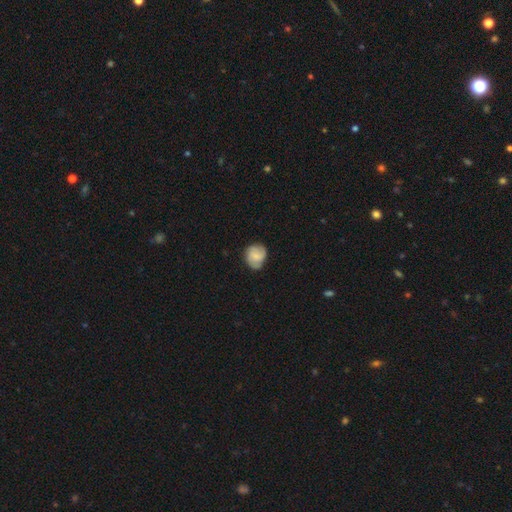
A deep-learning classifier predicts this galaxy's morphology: A smooth galaxy with no disk features (63%) that is round (74%). Merging: none (70%).